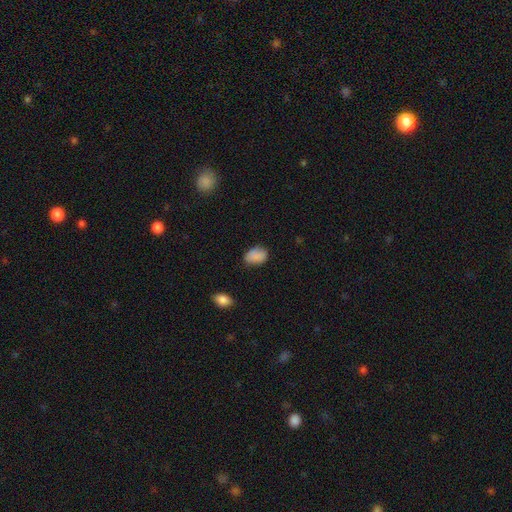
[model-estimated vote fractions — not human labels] Smooth or featured: smooth — 86% (star or artifact — 9%)
How rounded: in between — 80% (round — 19%)
Merging: none — 71% (minor disturbance — 23%)